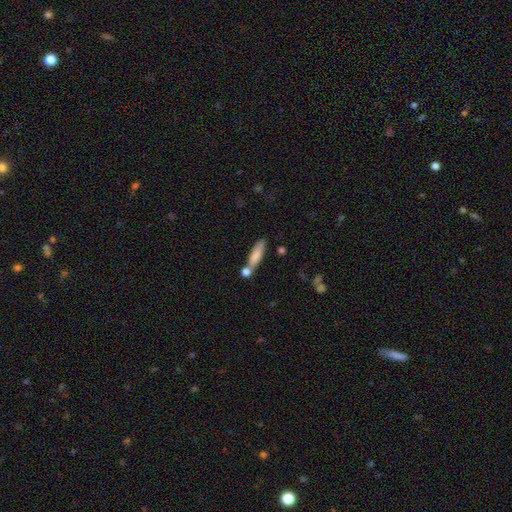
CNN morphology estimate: Smooth or featured: smooth — 78% (featured or disk — 16%)
How rounded: cigar-shaped — 70% (in between — 27%)
Merging: none — 63% (merger — 20%)